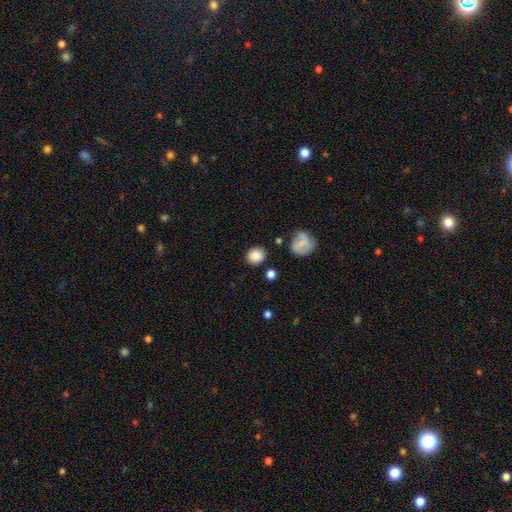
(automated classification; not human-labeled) Overall: smooth (85%). How rounded: round (77%). Merging: none (80%).